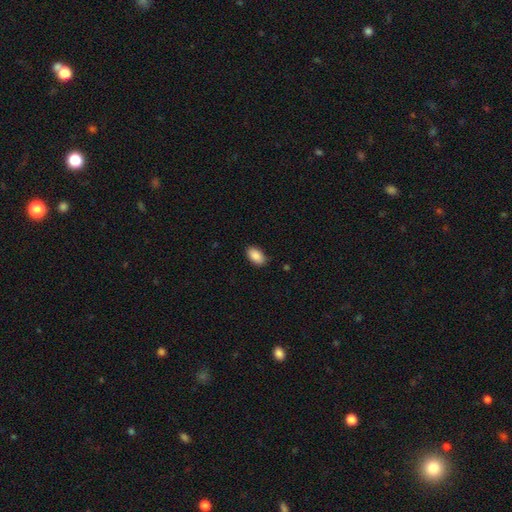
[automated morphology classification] Smooth or featured? smooth (89%)
How rounded? in between (94%)
Merging? none (85%)